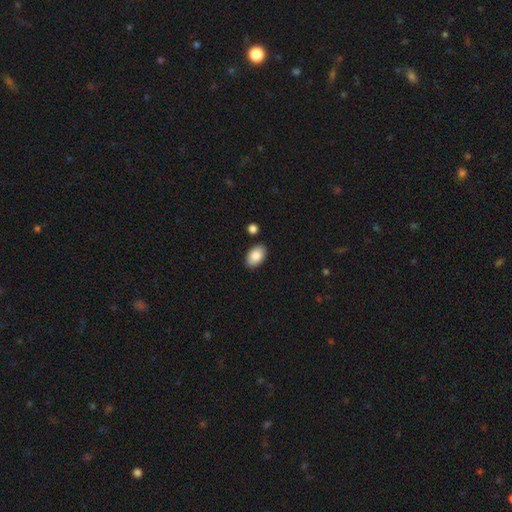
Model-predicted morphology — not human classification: Overall: smooth (86%). How rounded: in between (92%). Merging: none (86%).